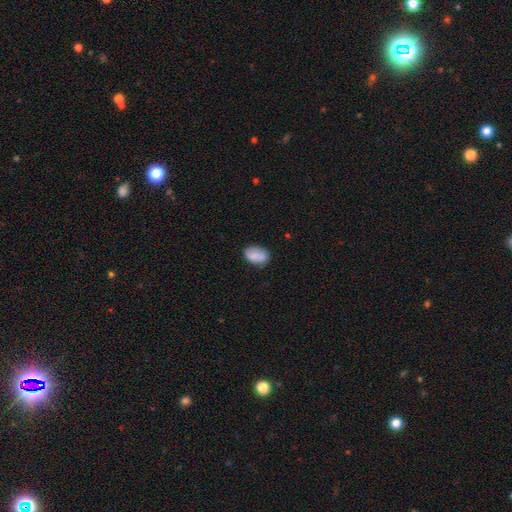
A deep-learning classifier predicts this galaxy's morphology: A smooth galaxy with no disk features (82%) that is in between round and cigar-shaped (88%).

Vote fractions:
- Smooth or featured? smooth: 82% / featured or disk: 11% / star or artifact: 7%
- How rounded? in between: 88% / round: 10% / cigar-shaped: 2%
- Merging? none: 72% / minor disturbance: 20% / major disturbance: 4% / merger: 4%